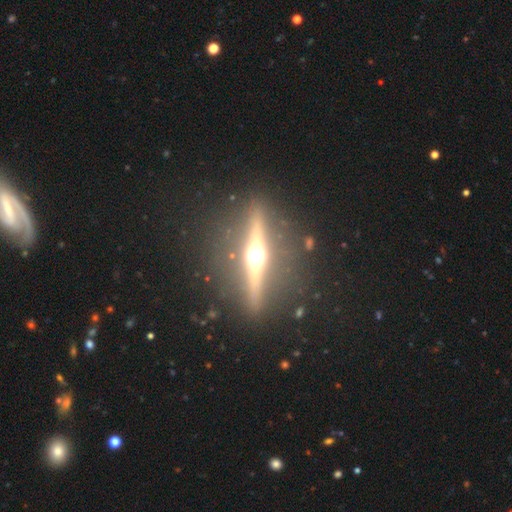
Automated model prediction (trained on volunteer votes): A featured or disk galaxy (77%) viewed edge-on (93%) with a rounded central bulge (96%). Merging: none (86%).